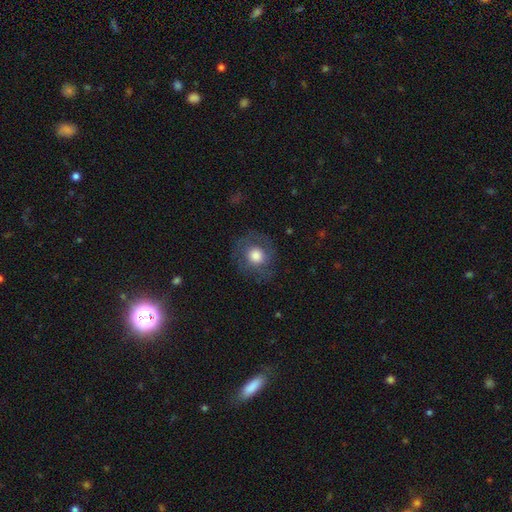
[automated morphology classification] A smooth galaxy with no disk features (66%) that is round (91%).

Vote fractions:
- Smooth or featured? smooth: 66% / featured or disk: 25% / star or artifact: 9%
- How rounded? round: 91% / in between: 8% / cigar-shaped: 1%
- Merging? none: 77% / minor disturbance: 14% / major disturbance: 8% / merger: 1%